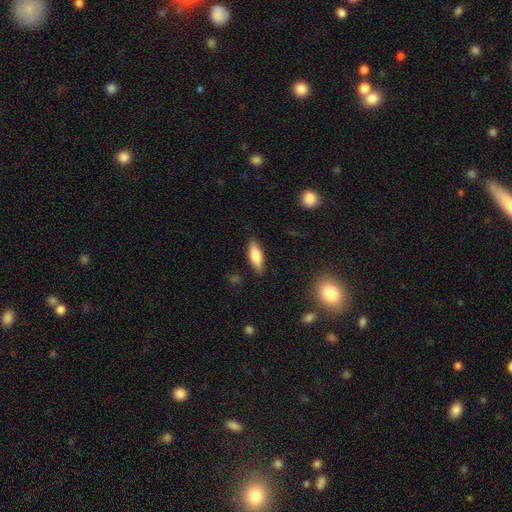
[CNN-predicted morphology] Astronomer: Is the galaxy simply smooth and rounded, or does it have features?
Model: smooth — 70%.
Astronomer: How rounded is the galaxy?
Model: in between — 57% (runner-up: cigar-shaped, 40%).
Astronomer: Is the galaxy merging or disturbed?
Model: none — 85%.